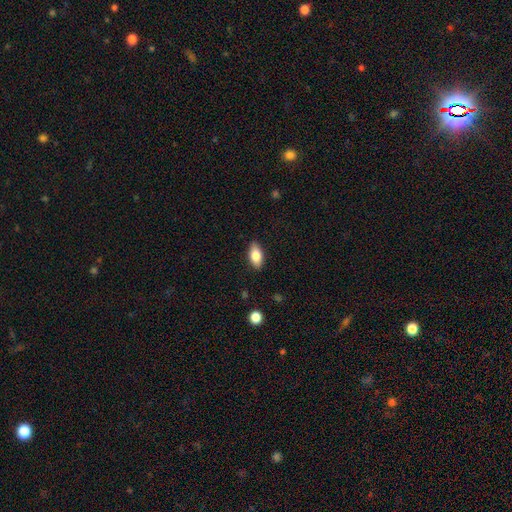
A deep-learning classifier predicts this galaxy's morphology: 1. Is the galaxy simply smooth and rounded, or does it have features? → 80% smooth, 13% featured or disk, 7% star or artifact.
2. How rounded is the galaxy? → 89% in between, 7% cigar-shaped, 4% round.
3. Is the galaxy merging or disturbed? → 87% none, 10% minor disturbance, 2% major disturbance, 1% merger.